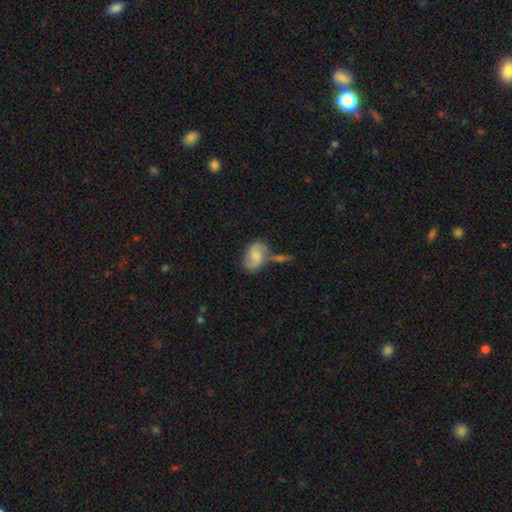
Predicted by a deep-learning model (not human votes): Q: Smooth or featured?
A: featured or disk (53%); runner-up: smooth (40%)
Q: Edge-on disk?
A: no (97%); runner-up: yes (3%)
Q: Bar?
A: no (57%); runner-up: weak (37%)
Q: Spiral arms?
A: yes (87%); runner-up: no (13%)
Q: Bulge size?
A: small (42%); runner-up: moderate (36%)
Q: Merging?
A: none (45%); runner-up: merger (28%)